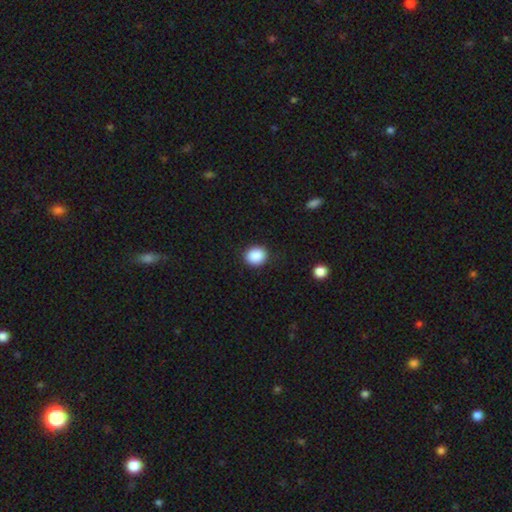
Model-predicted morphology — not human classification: The model was most divided on "how rounded": round: 72%, in between: 27%, cigar-shaped: 1%. More confident: merging — none (89%); smooth or featured — smooth (88%).